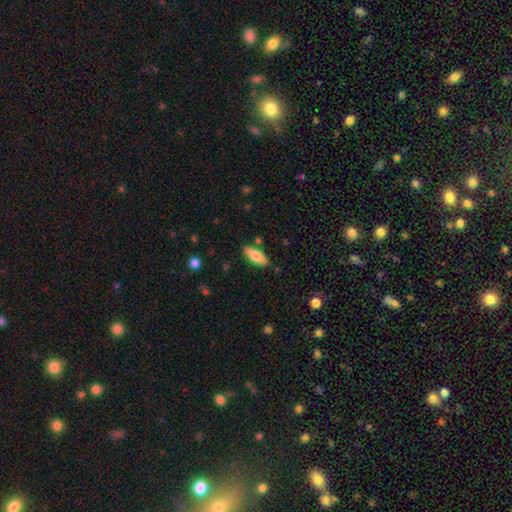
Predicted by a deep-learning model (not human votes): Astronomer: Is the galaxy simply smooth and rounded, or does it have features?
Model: smooth — 77%.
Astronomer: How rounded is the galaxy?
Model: in between — 72%.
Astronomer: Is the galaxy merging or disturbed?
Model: none — 83%.